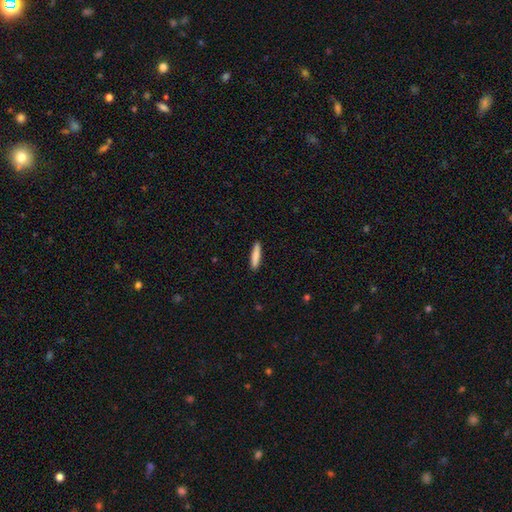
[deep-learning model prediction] smooth-or-featured: smooth: 84% | featured or disk: 11% | star or artifact: 6%
  how-rounded: cigar-shaped: 88% | in between: 11% | round: 1%
  merging: none: 91% | minor disturbance: 6% | major disturbance: 1% | merger: 1%